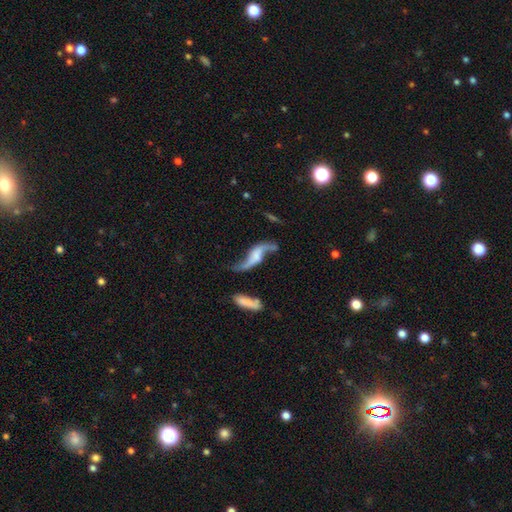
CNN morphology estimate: type=featured or disk (84%); edge-on=no (88%); bar=no (47%); spiral arms=yes (93%); winding=loose (93%); arm count=2 (92%); bulge=none (43%); merging=none (56%).